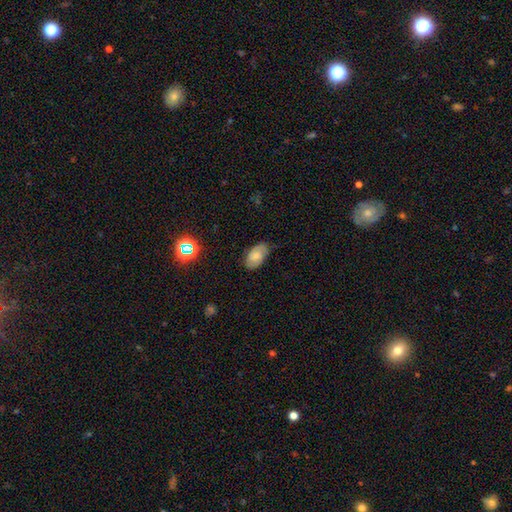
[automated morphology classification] The model was most divided on "smooth or featured": smooth: 64%, featured or disk: 26%, star or artifact: 10%. More confident: how rounded — in between (93%); merging — none (76%).